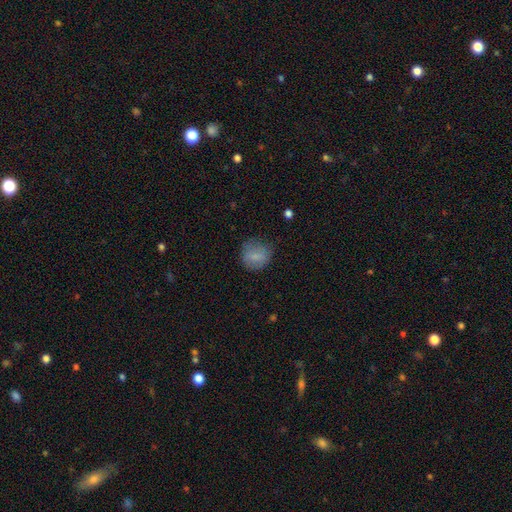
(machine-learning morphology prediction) A smooth galaxy with no disk features (78%) that is round (82%). Merging: none (71%).